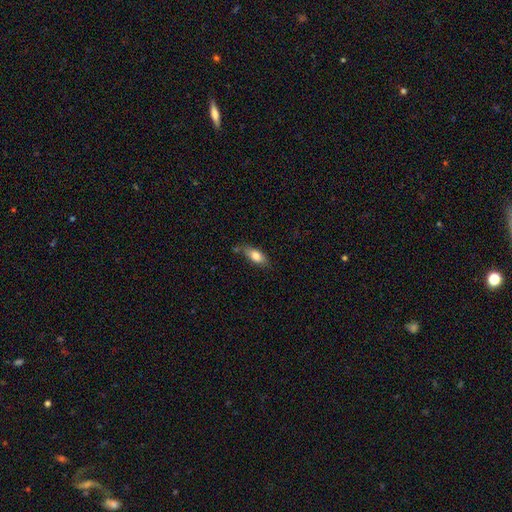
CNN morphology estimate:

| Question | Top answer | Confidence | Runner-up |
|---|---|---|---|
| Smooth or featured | smooth | 76% | featured or disk (17%) |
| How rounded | in between | 77% | cigar-shaped (20%) |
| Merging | none | 66% | minor disturbance (22%) |